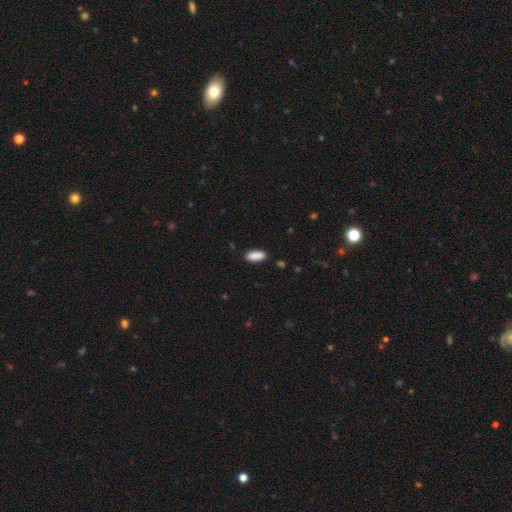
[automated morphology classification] This is clearly a smooth galaxy (90%). How rounded: clearly in between (81%). Merging: clearly none (87%).